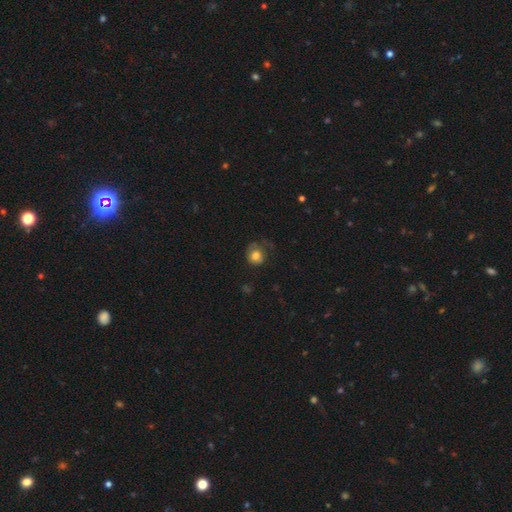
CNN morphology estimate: This is likely a smooth galaxy (74%). How rounded: likely round (76%). Merging: possibly none (47%).